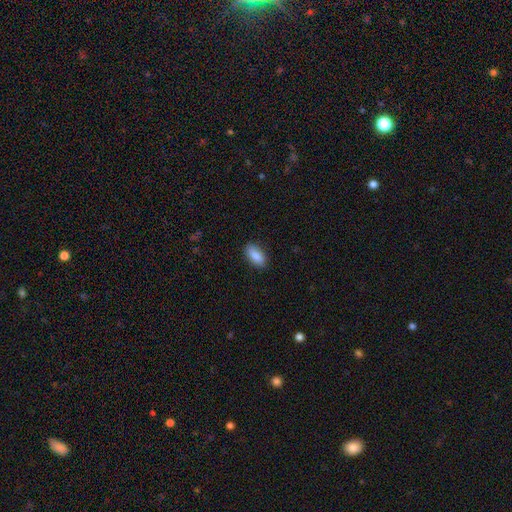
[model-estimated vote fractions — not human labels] smooth 88%, star or artifact 7%, featured or disk 5%. Down the decision tree: how rounded — in between (88%); merging — none (86%).